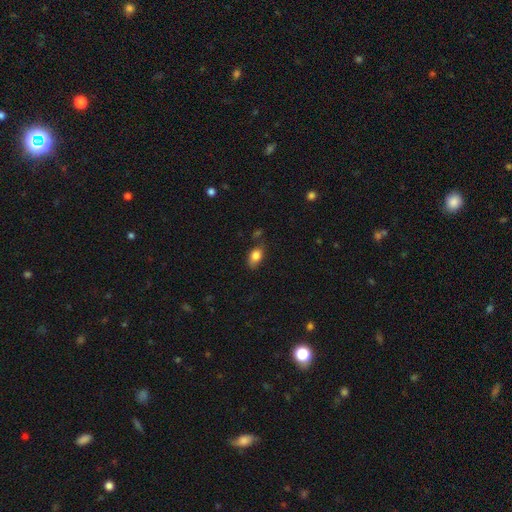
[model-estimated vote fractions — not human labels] Smooth or featured: smooth — 82% (featured or disk — 9%)
How rounded: in between — 81% (round — 16%)
Merging: none — 63% (minor disturbance — 26%)